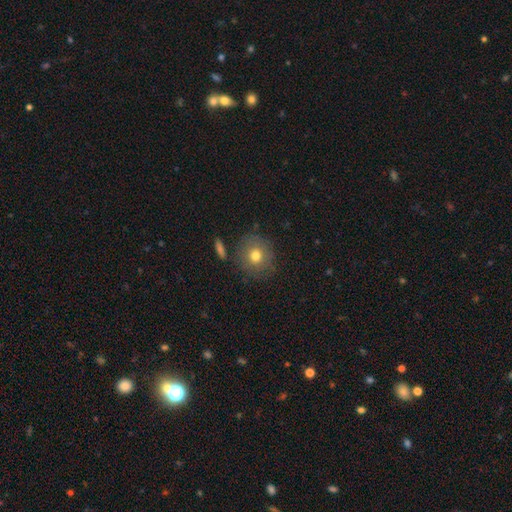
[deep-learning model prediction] Smooth or featured? Predicted: smooth (p=0.73). How rounded? Predicted: round (p=0.88). Merging? Predicted: none (p=0.81).